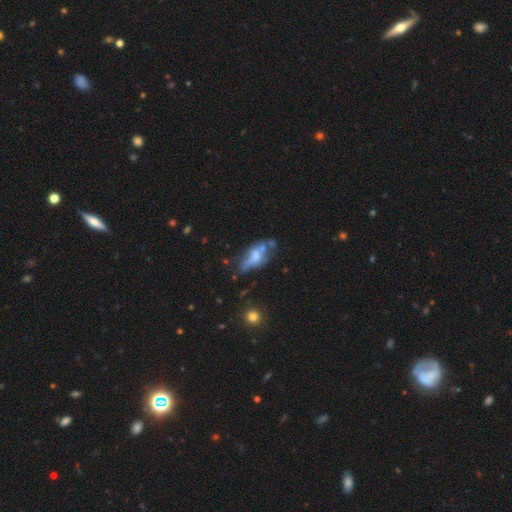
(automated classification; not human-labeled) A featured or disk galaxy (48%).

Vote fractions:
- Smooth or featured? featured or disk: 48% / smooth: 42% / star or artifact: 10%
- Merging? none: 34% / minor disturbance: 26% / major disturbance: 22% / merger: 19%